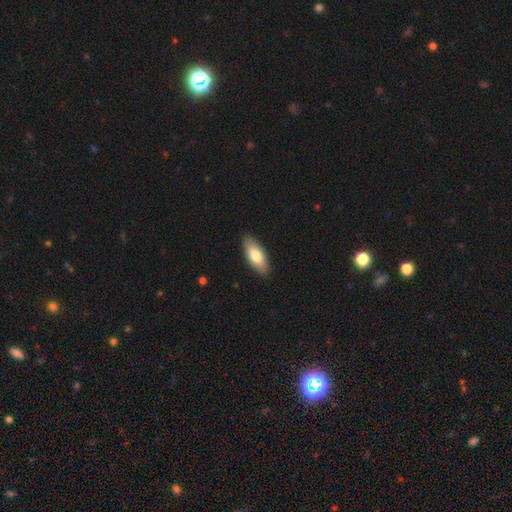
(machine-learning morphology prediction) Smooth or featured?
  - smooth: 77% *
  - featured or disk: 17%
  - star or artifact: 5%
How rounded?
  - in between: 79% *
  - cigar-shaped: 19%
  - round: 2%
Merging?
  - none: 89% *
  - minor disturbance: 8%
  - major disturbance: 2%
  - merger: 1%